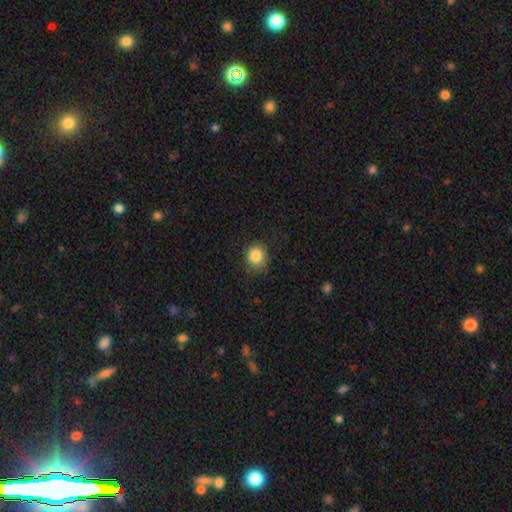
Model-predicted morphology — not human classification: Overall: smooth (84%). How rounded: round (82%). Merging: none (79%).